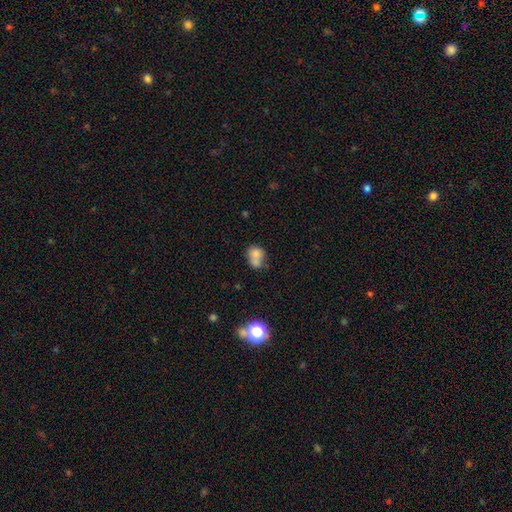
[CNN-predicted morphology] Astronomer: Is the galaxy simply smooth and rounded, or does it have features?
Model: smooth — 73%.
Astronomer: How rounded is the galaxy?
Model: round — 54% (runner-up: in between, 45%).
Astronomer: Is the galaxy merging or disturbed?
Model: merger — 44% (runner-up: none, 31%).